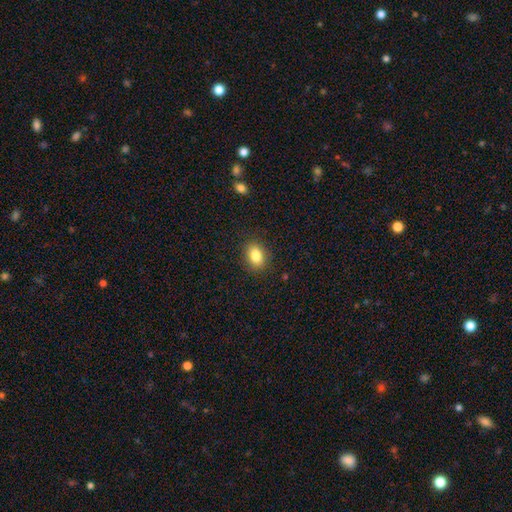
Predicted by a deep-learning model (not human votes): Smooth or featured? smooth (84%)
How rounded? in between (67%)
Merging? none (88%)